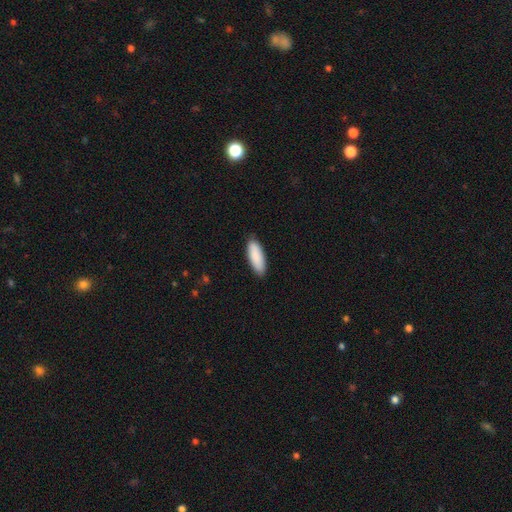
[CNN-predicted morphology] A smooth galaxy with no disk features (89%) that is in between round and cigar-shaped (66%).

Vote fractions:
- Smooth or featured? smooth: 89% / star or artifact: 5% / featured or disk: 5%
- How rounded? in between: 66% / cigar-shaped: 32% / round: 2%
- Merging? none: 87% / minor disturbance: 11% / major disturbance: 2% / merger: 1%